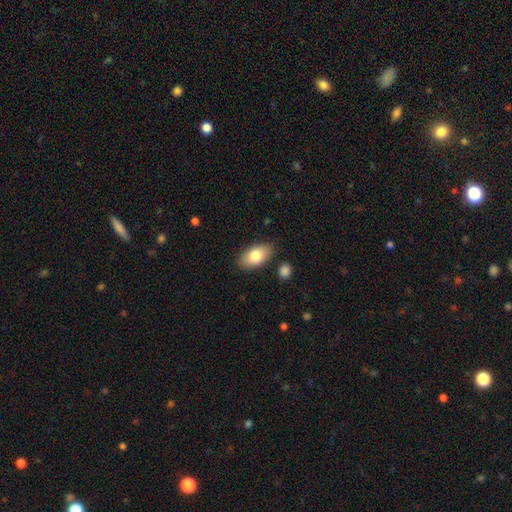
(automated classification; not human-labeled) Smooth or featured? smooth (80%)
How rounded? in between (93%)
Merging? none (84%)